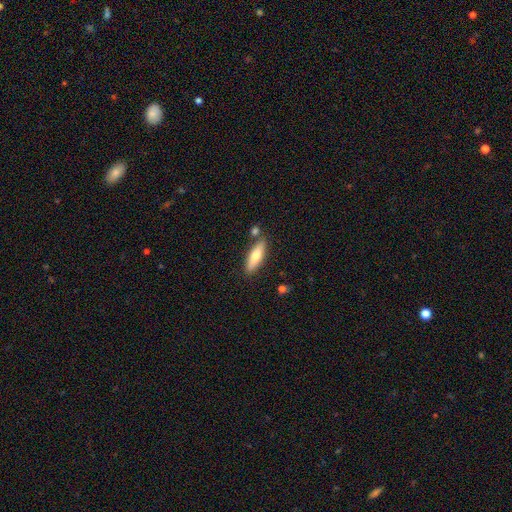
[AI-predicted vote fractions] Q: Smooth or featured?
A: smooth (72%); runner-up: featured or disk (22%)
Q: How rounded?
A: cigar-shaped (54%); runner-up: in between (44%)
Q: Merging?
A: none (78%); runner-up: minor disturbance (12%)